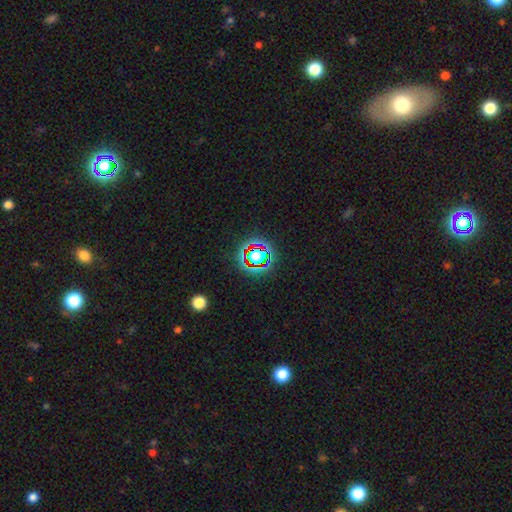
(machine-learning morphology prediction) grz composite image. It shows a star or artifact, not a galaxy (61%).